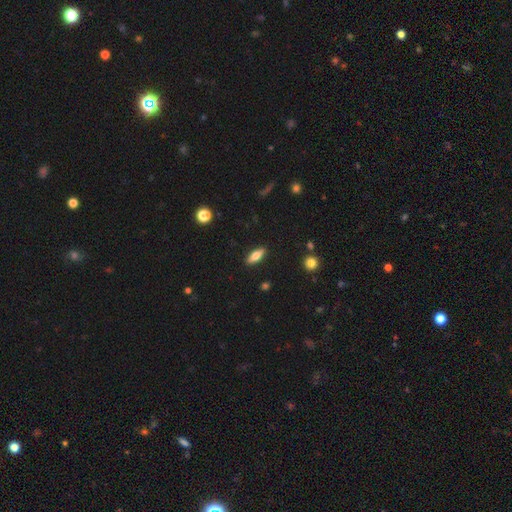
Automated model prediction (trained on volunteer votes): This is likely a smooth galaxy (64%). How rounded: likely in between (63%). Merging: clearly none (89%).